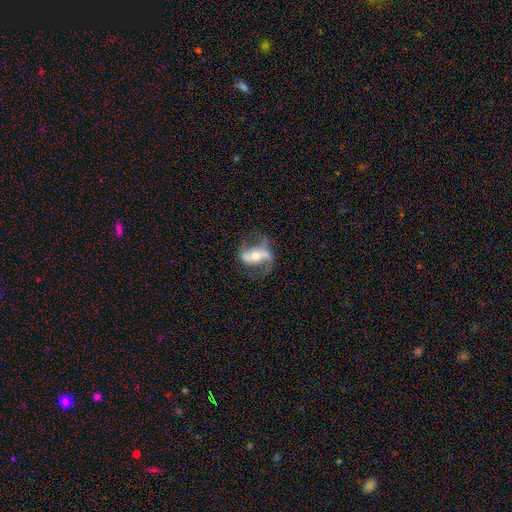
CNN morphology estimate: Smooth or featured?
  - featured or disk: 76% *
  - smooth: 17%
  - star or artifact: 6%
Edge-on disk?
  - no: 91% *
  - yes: 9%
Bar?
  - strong: 47% *
  - no: 27%
  - weak: 25%
Spiral arms?
  - yes: 84% *
  - no: 16%
Spiral winding?
  - loose: 56% *
  - medium: 32%
  - tight: 12%
Spiral arm count?
  - 2: 83% *
  - 1: 9%
  - can't tell: 5%
  - 3: 1%
  - 4: 1%
  - more than 4: 1%
Bulge size?
  - moderate: 65% *
  - small: 27%
  - large: 5%
  - none: 1%
  - dominant: 1%
Merging?
  - none: 56% *
  - minor disturbance: 22%
  - major disturbance: 19%
  - merger: 3%